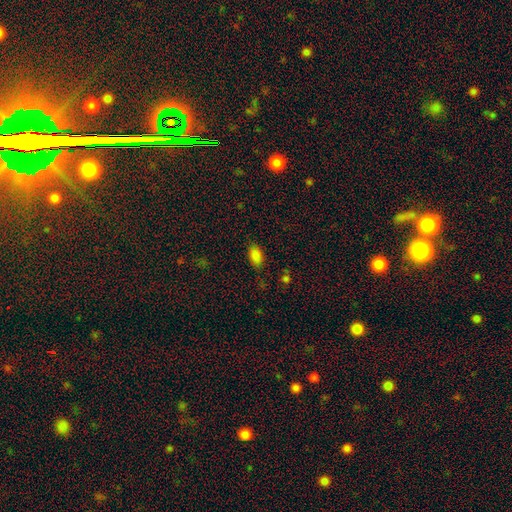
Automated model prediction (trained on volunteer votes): smooth_or_featured: smooth (p=0.84) [alt: star or artifact p=0.11]
how_rounded: in between (p=0.91) [alt: round p=0.07]
merging: none (p=0.81) [alt: minor disturbance p=0.14]